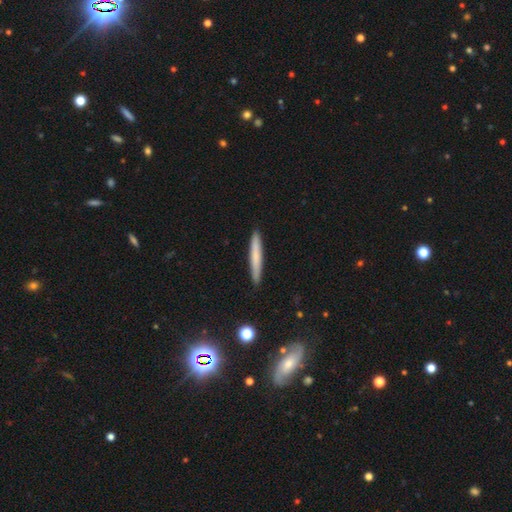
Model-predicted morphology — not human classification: Smooth or featured? Predicted: smooth (p=0.70). How rounded? Predicted: cigar-shaped (p=0.95). Merging? Predicted: none (p=0.91).